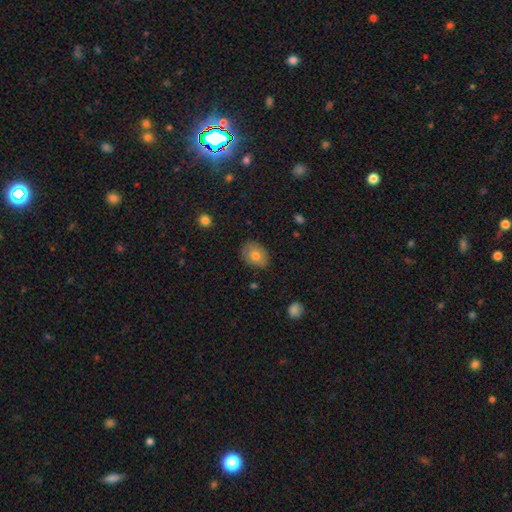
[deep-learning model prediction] smooth 75%, featured or disk 16%, star or artifact 9%. Down the decision tree: how rounded — in between (67%); merging — none (82%).